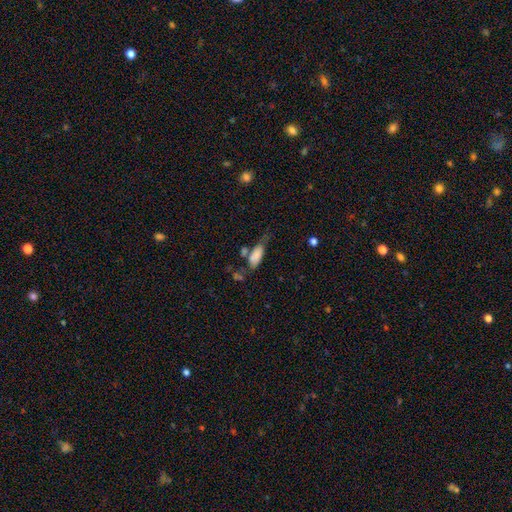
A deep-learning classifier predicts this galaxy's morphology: A smooth galaxy with no disk features (79%) that is in between round and cigar-shaped (77%).

Vote fractions:
- Smooth or featured? smooth: 79% / featured or disk: 13% / star or artifact: 8%
- How rounded? in between: 77% / cigar-shaped: 20% / round: 3%
- Merging? none: 35% / minor disturbance: 29% / merger: 20% / major disturbance: 16%